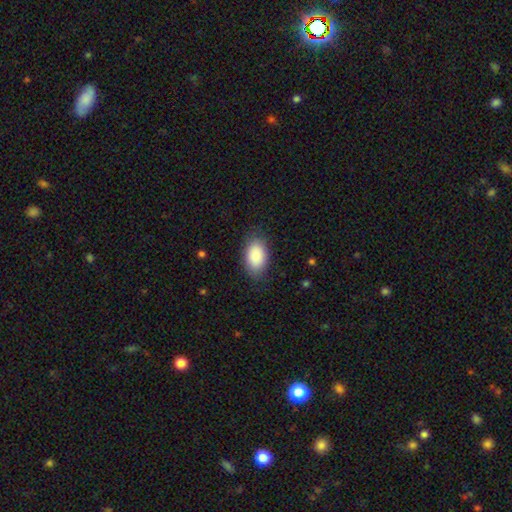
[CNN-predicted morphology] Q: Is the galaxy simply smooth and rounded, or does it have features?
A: smooth — 89%.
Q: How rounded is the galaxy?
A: in between — 93%.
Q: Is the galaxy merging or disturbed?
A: none — 82%.